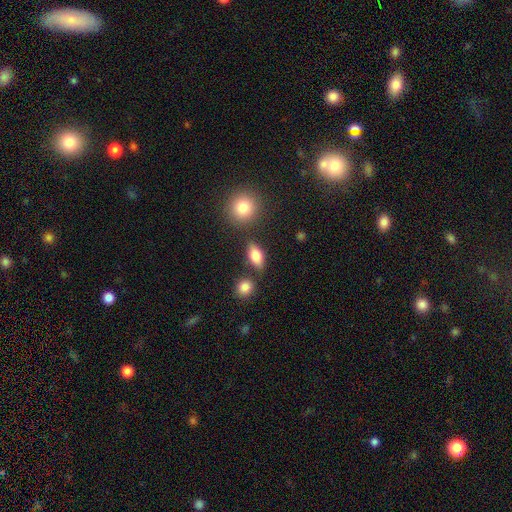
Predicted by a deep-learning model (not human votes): Overall: smooth (79%). How rounded: in between (84%). Merging: none (78%).